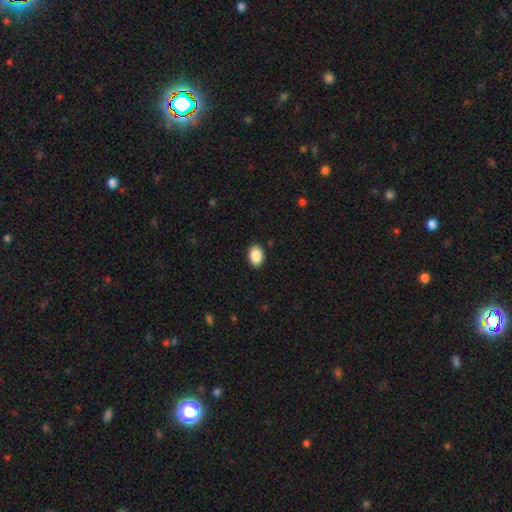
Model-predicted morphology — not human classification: Overall: smooth (89%). How rounded: in between (82%). Merging: none (90%).